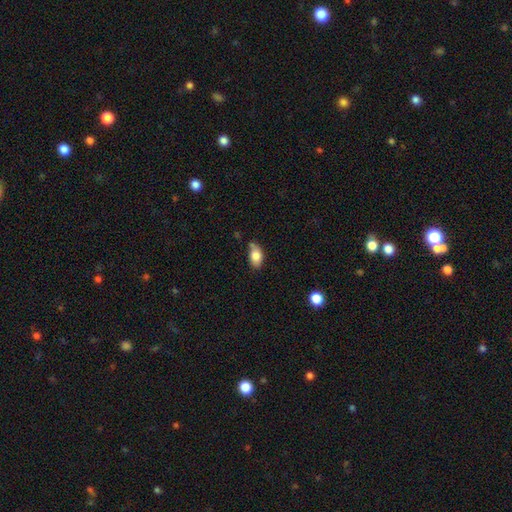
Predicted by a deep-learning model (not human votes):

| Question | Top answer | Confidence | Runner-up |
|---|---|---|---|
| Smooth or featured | smooth | 81% | featured or disk (11%) |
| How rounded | in between | 89% | round (8%) |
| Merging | none | 60% | minor disturbance (27%) |